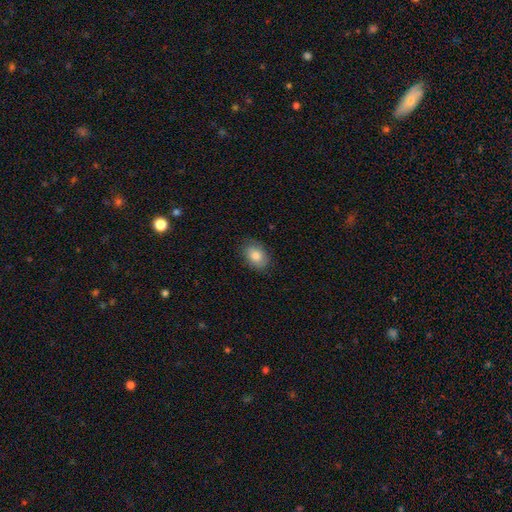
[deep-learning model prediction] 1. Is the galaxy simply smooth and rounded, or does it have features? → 81% smooth, 12% featured or disk, 7% star or artifact.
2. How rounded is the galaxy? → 82% in between, 17% round, 1% cigar-shaped.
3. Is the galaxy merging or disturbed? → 81% none, 14% minor disturbance, 3% major disturbance, 1% merger.